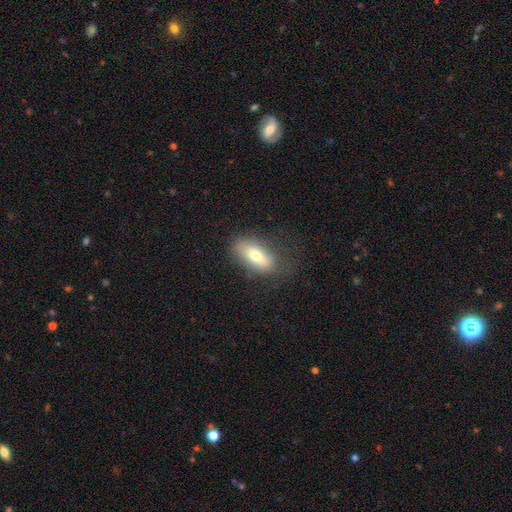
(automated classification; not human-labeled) Smooth or featured: smooth — 70% (featured or disk — 22%)
How rounded: in between — 85% (cigar-shaped — 10%)
Merging: none — 68% (minor disturbance — 21%)